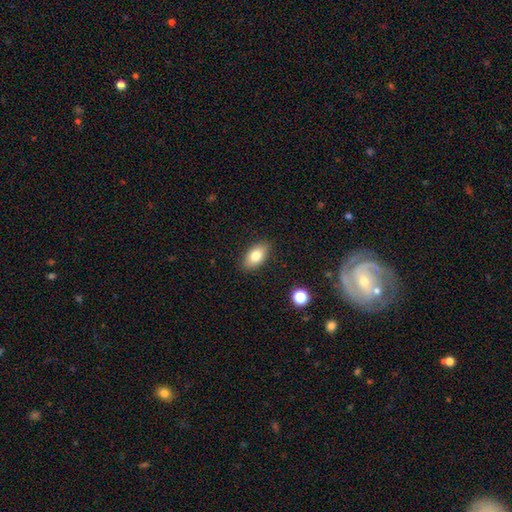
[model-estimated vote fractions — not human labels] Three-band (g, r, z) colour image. It shows a smooth galaxy with no disk features (79%) that is in between round and cigar-shaped (91%). Merging: none (87%).